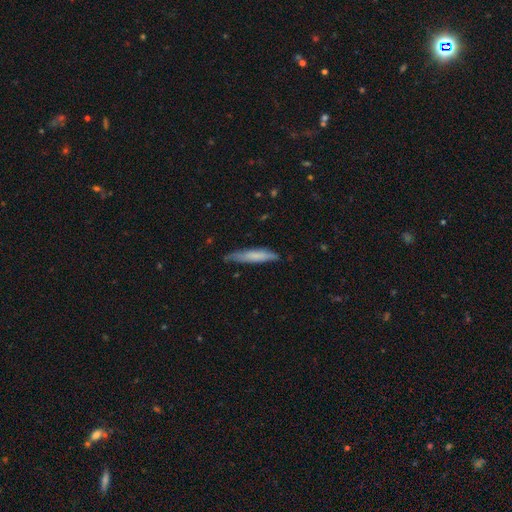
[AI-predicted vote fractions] A smooth galaxy with no disk features (68%) that is cigar-shaped (87%).

Vote fractions:
- Smooth or featured? smooth: 68% / featured or disk: 26% / star or artifact: 6%
- How rounded? cigar-shaped: 87% / in between: 12% / round: 1%
- Merging? none: 71% / minor disturbance: 23% / major disturbance: 4% / merger: 2%